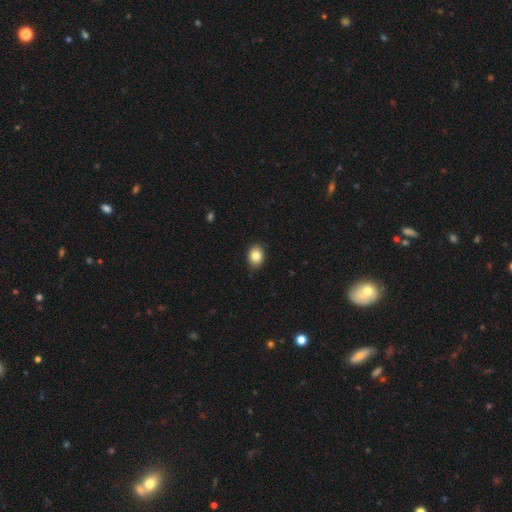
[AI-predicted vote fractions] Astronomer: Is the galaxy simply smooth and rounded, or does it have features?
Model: smooth — 85%.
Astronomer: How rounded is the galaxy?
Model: in between — 54% (runner-up: round, 45%).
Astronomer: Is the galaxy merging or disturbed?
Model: none — 86%.